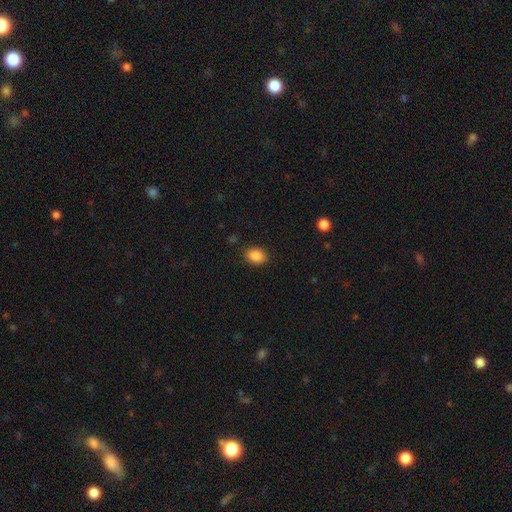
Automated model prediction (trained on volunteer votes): Q: Smooth or featured?
A: smooth (88%); runner-up: star or artifact (9%)
Q: How rounded?
A: in between (69%); runner-up: round (30%)
Q: Merging?
A: none (87%); runner-up: minor disturbance (9%)